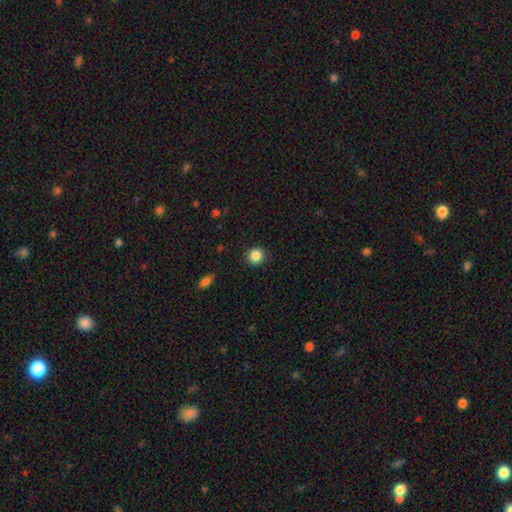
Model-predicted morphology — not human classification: Smooth or featured? Predicted: smooth (p=0.87). How rounded? Predicted: round (p=0.93). Merging? Predicted: none (p=0.92).